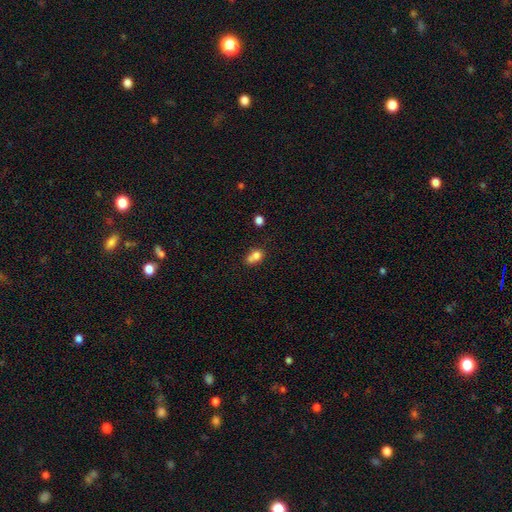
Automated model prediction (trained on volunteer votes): Morphology: type=smooth (74%); roundness=round (52%); merging=merger (45%).